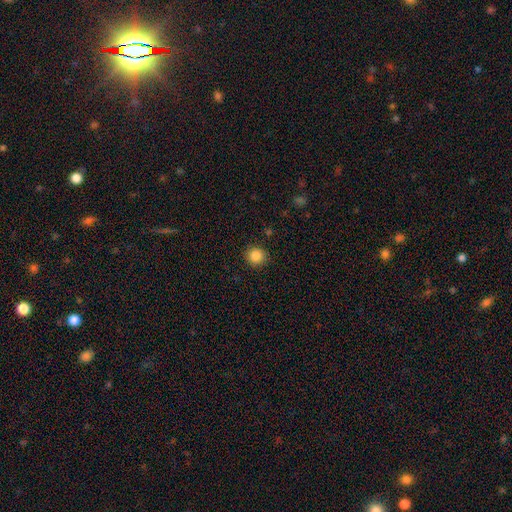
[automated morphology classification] smooth-or-featured: smooth: 86% | star or artifact: 10% | featured or disk: 4%
  how-rounded: round: 92% | in between: 7% | cigar-shaped: 1%
  merging: none: 91% | minor disturbance: 6% | major disturbance: 2% | merger: 1%